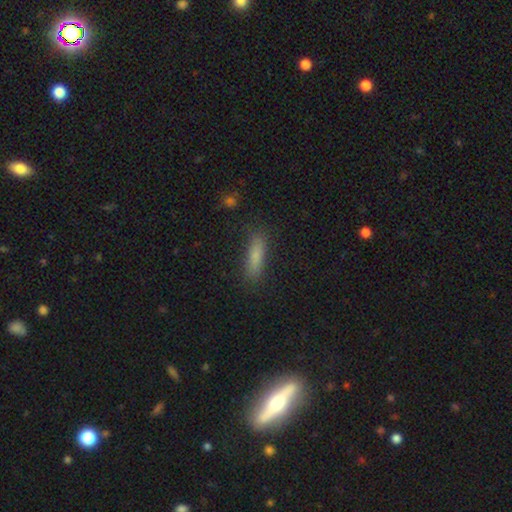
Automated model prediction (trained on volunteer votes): A smooth galaxy with no disk features (78%) that is cigar-shaped (69%). Merging: none (83%).